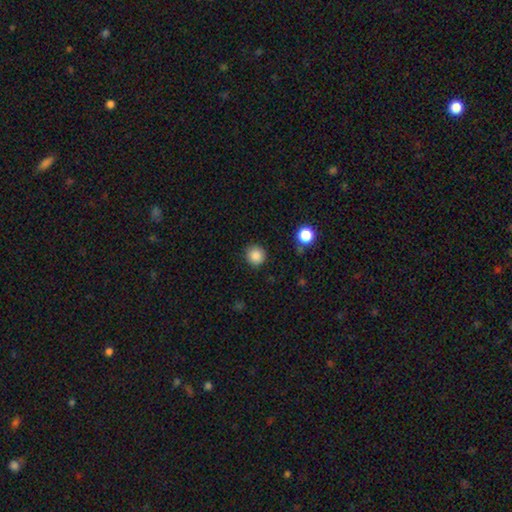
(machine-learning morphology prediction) smooth_or_featured: smooth (p=0.86) [alt: star or artifact p=0.11]
how_rounded: round (p=0.93) [alt: in between p=0.06]
merging: none (p=0.89) [alt: minor disturbance p=0.07]